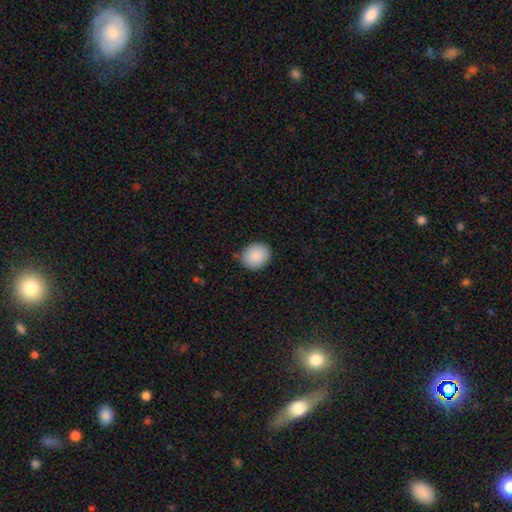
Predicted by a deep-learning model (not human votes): Q: Smooth or featured?
A: smooth (89%); runner-up: star or artifact (7%)
Q: How rounded?
A: round (60%); runner-up: in between (39%)
Q: Merging?
A: none (84%); runner-up: minor disturbance (12%)